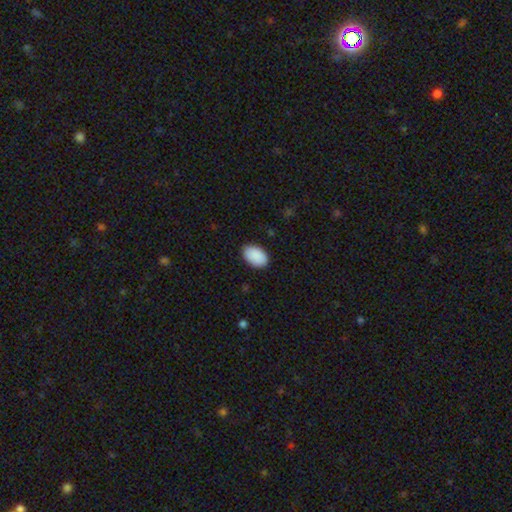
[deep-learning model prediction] smooth-or-featured: smooth: 91% | star or artifact: 6% | featured or disk: 3%
  how-rounded: in between: 91% | round: 8% | cigar-shaped: 1%
  merging: none: 85% | minor disturbance: 12% | major disturbance: 2% | merger: 1%